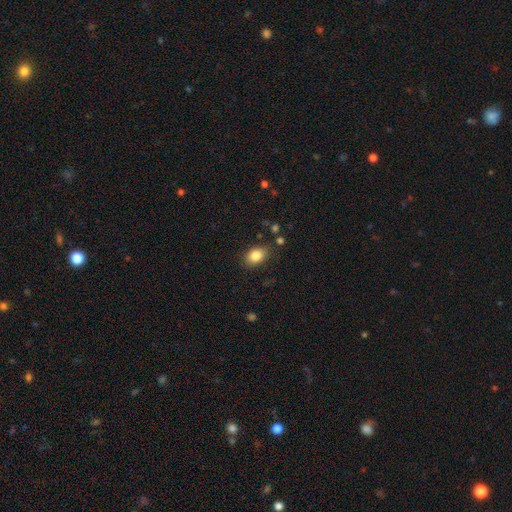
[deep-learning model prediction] smooth-or-featured: smooth: 85% | star or artifact: 9% | featured or disk: 6%
  how-rounded: in between: 79% | round: 19% | cigar-shaped: 1%
  merging: none: 81% | minor disturbance: 13% | major disturbance: 3% | merger: 3%